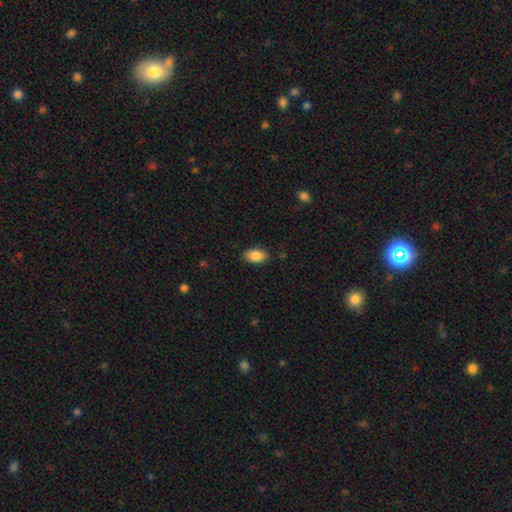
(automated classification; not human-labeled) Q: Smooth or featured?
A: smooth (87%); runner-up: star or artifact (7%)
Q: How rounded?
A: in between (92%); runner-up: round (6%)
Q: Merging?
A: none (86%); runner-up: minor disturbance (11%)